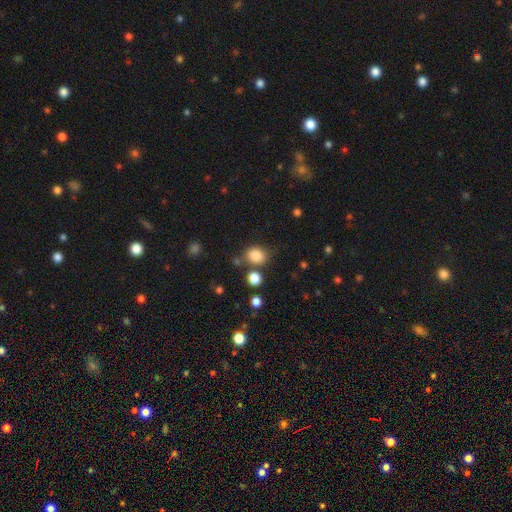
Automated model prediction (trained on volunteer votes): Overall: smooth (84%). How rounded: round (56%; in between 44%). Merging: none (72%).